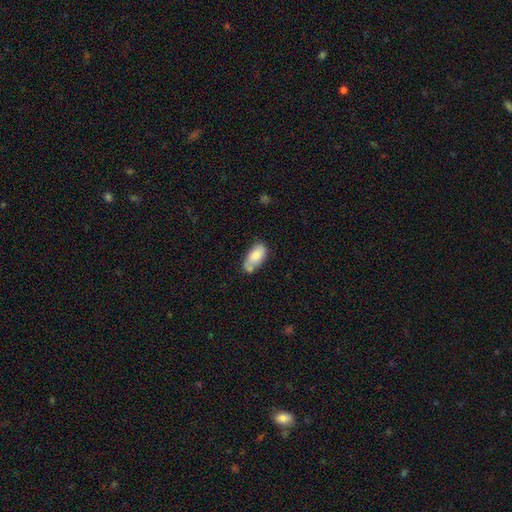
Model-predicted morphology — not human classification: This appears to be a smooth galaxy with no disk features (77%) that is in between round and cigar-shaped (92%). Merging: none (45%).